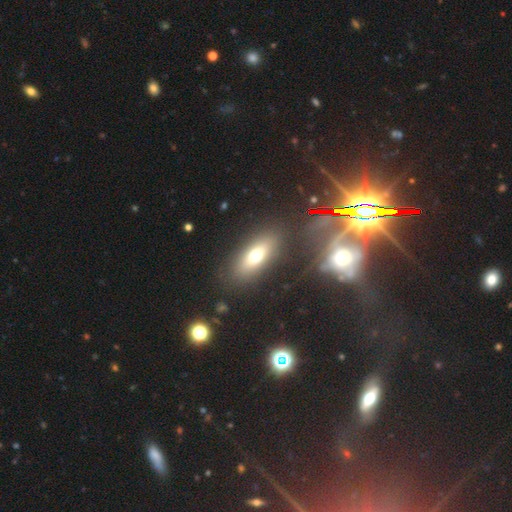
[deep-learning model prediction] smooth-or-featured: smooth: 67% | featured or disk: 22% | star or artifact: 11%
  how-rounded: in between: 74% | cigar-shaped: 21% | round: 5%
  merging: none: 83% | minor disturbance: 10% | major disturbance: 4% | merger: 3%